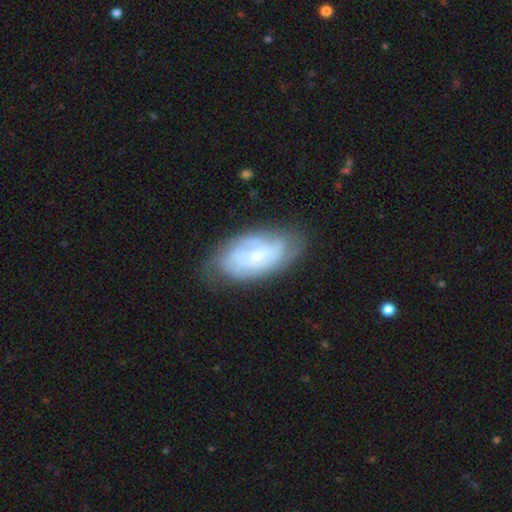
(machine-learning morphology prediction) featured or disk 61%, smooth 32%, star or artifact 7%. Down the decision tree: edge-on disk — no (94%); bar — no (66%); spiral arms — yes (85%); bulge size — small (67%); merging — none (68%).